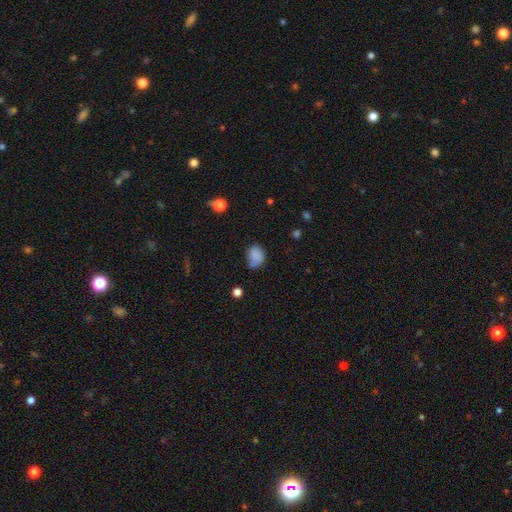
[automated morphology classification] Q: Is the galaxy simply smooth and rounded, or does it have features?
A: smooth — 81%.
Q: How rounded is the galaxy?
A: in between — 61%.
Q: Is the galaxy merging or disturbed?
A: none — 48%.